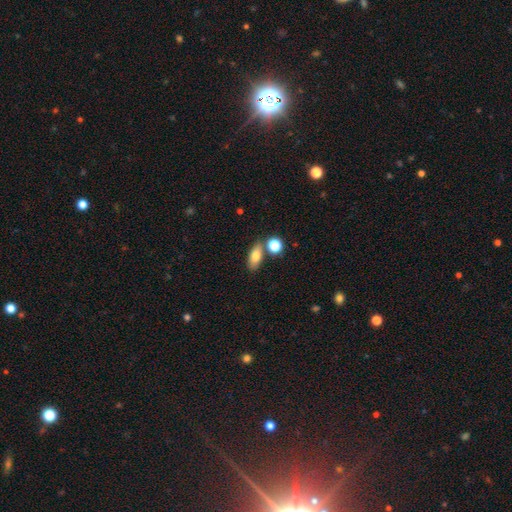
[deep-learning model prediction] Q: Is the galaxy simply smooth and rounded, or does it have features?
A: smooth — 77%.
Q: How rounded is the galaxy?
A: in between — 77%.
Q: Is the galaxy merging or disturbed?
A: none — 67%.